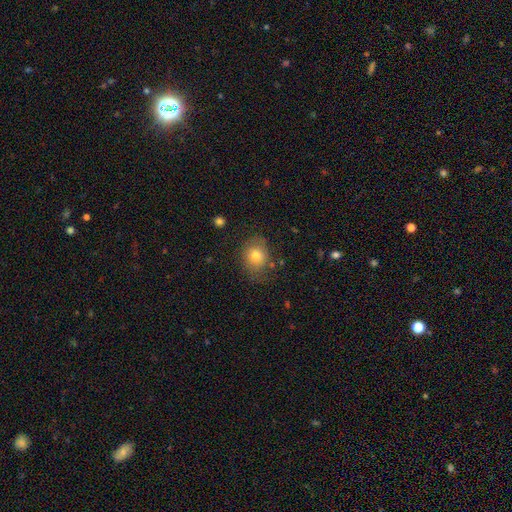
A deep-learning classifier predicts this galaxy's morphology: Smooth or featured? Predicted: smooth (p=0.76). How rounded? Predicted: round (p=0.61). Merging? Predicted: none (p=0.71).